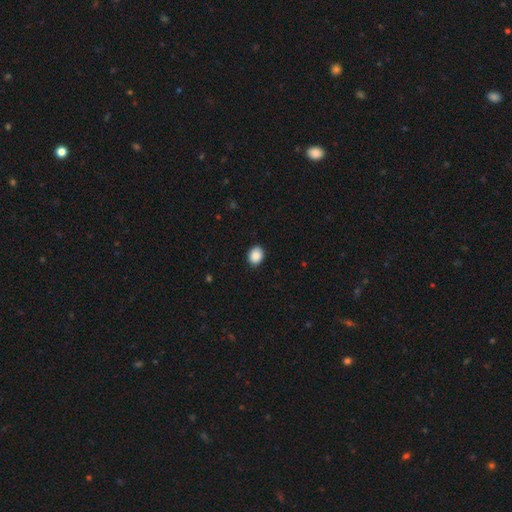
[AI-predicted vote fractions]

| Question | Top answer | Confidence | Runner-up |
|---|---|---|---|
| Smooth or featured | smooth | 90% | star or artifact (8%) |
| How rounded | in between | 53% | round (46%) |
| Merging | none | 89% | minor disturbance (9%) |